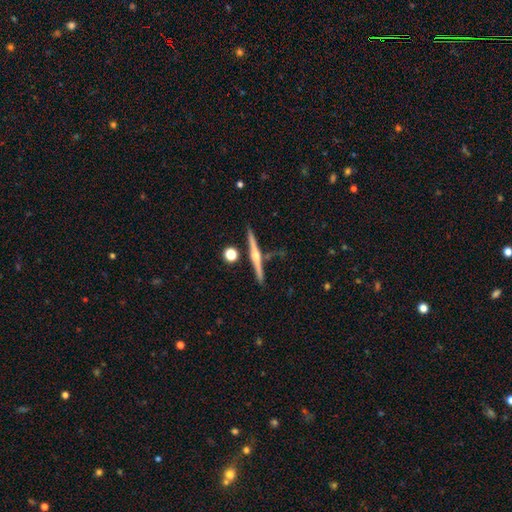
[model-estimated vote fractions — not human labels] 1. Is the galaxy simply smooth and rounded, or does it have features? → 80% featured or disk, 14% smooth, 6% star or artifact.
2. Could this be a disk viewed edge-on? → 98% yes, 2% no.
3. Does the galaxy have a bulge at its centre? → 91% rounded, 5% none, 4% boxy.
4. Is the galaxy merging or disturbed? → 86% none, 8% minor disturbance, 4% merger, 2% major disturbance.